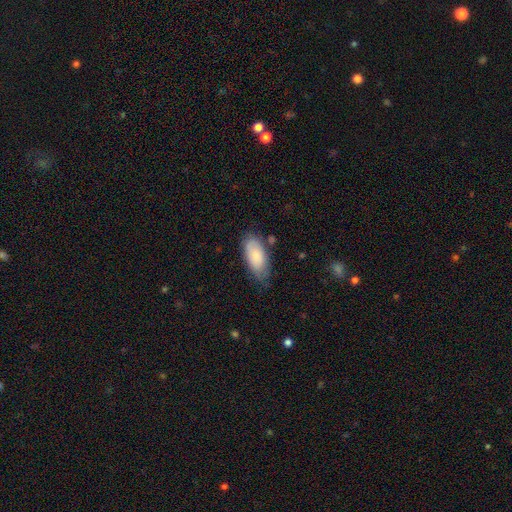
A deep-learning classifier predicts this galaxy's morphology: Smooth or featured? Predicted: smooth (p=0.81). How rounded? Predicted: in between (p=0.90). Merging? Predicted: none (p=0.68).